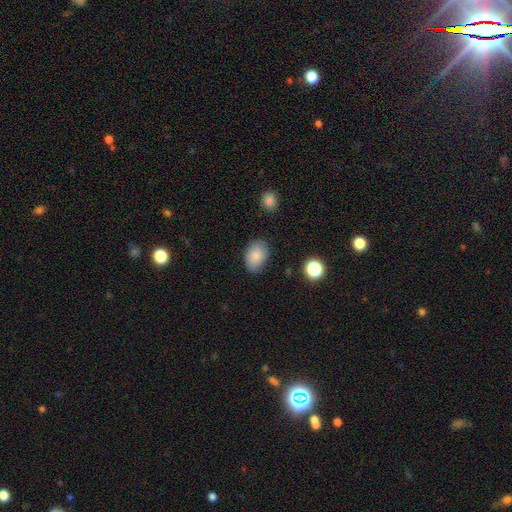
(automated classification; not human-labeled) smooth_or_featured: smooth (p=0.82) [alt: featured or disk p=0.10]
how_rounded: in between (p=0.83) [alt: round p=0.16]
merging: none (p=0.79) [alt: minor disturbance p=0.16]